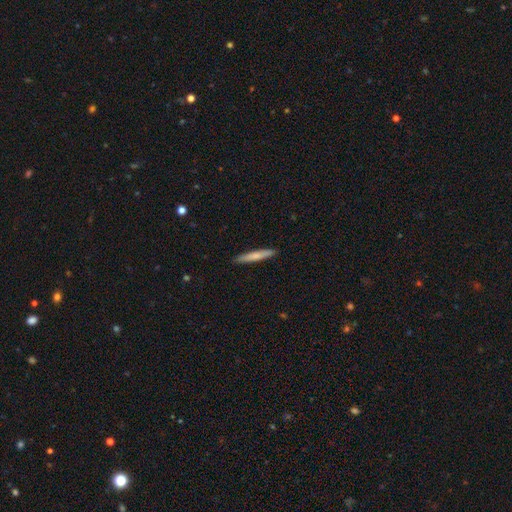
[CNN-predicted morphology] A smooth galaxy with no disk features (69%) that is cigar-shaped (94%). Merging: none (91%).